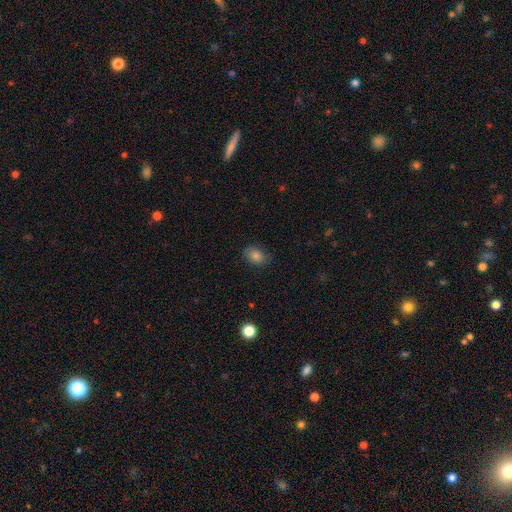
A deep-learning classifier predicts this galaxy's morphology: smooth_or_featured: smooth (p=0.80) [alt: star or artifact p=0.11]
how_rounded: in between (p=0.69) [alt: round p=0.30]
merging: none (p=0.82) [alt: minor disturbance p=0.14]